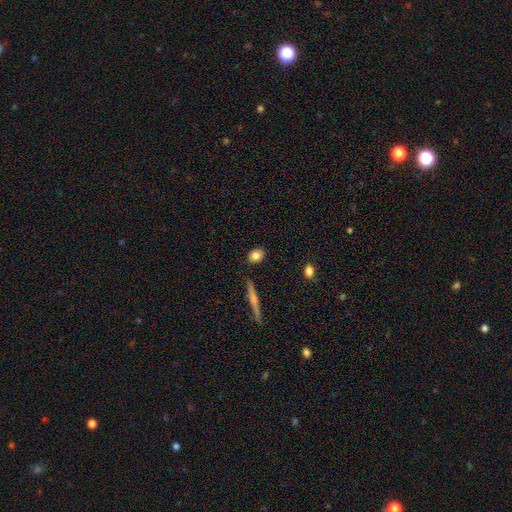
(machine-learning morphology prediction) type=smooth (83%); roundness=in between (58%); merging=none (86%).